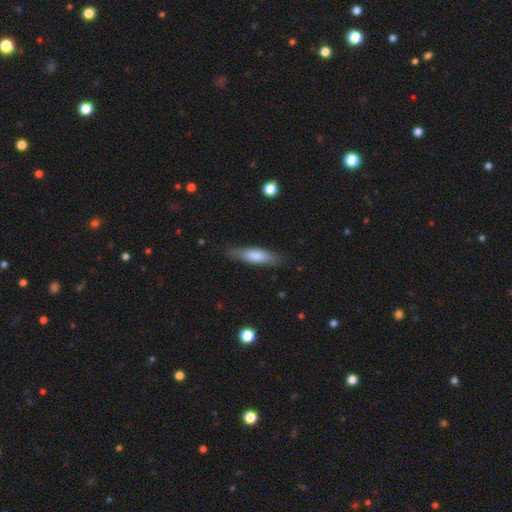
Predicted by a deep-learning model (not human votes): This appears to be a smooth galaxy with no disk features (68%) that is cigar-shaped (72%). Merging: none (84%).